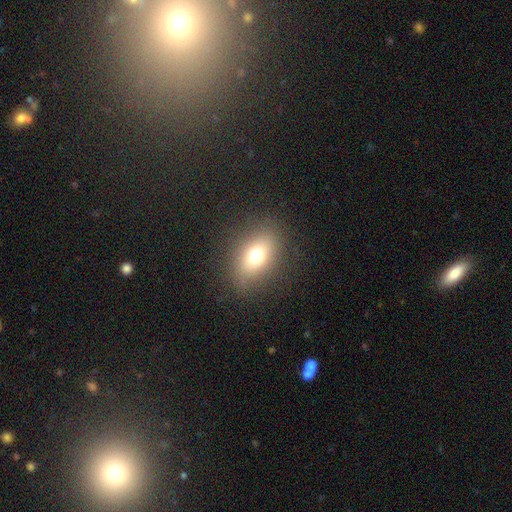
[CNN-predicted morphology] Smooth or featured: smooth — 70% (featured or disk — 16%)
How rounded: in between — 72% (round — 26%)
Merging: none — 84% (minor disturbance — 10%)